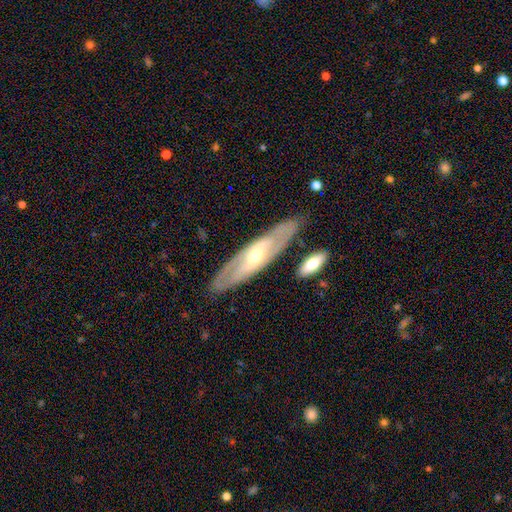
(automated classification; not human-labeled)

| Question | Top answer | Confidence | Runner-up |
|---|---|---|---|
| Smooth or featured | featured or disk | 76% | smooth (19%) |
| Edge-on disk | no | 72% | yes (28%) |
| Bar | weak | 37% | no (33%) |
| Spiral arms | yes | 77% | no (23%) |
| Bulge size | moderate | 50% | small (44%) |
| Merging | none | 81% | minor disturbance (12%) |